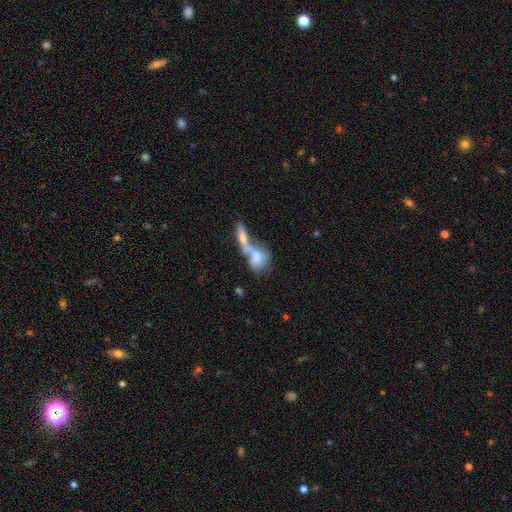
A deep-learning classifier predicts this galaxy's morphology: Smooth or featured: smooth — 61% (featured or disk — 31%)
How rounded: in between — 64% (round — 21%)
Merging: merger — 66% (none — 19%)